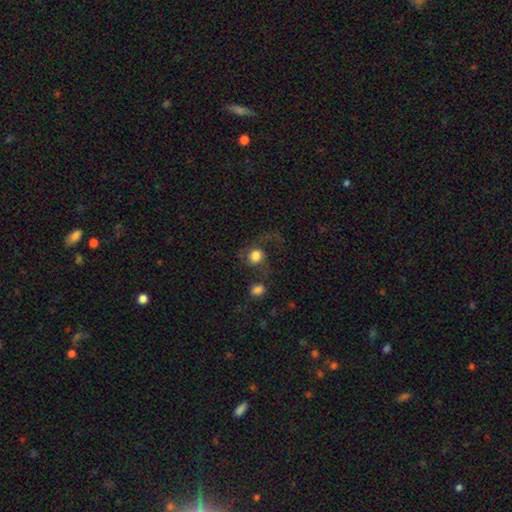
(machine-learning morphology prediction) Q: Smooth or featured?
A: smooth (71%); runner-up: featured or disk (20%)
Q: How rounded?
A: round (79%); runner-up: in between (20%)
Q: Merging?
A: none (34%); tied with: major disturbance (34%)